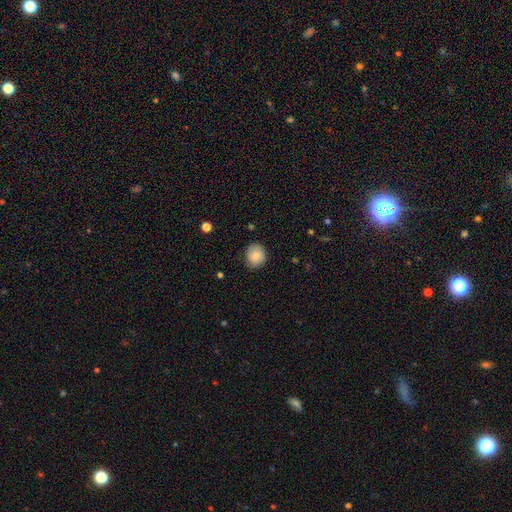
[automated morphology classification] Smooth or featured? Predicted: smooth (p=0.81). How rounded? Predicted: round (p=0.76). Merging? Predicted: none (p=0.80).